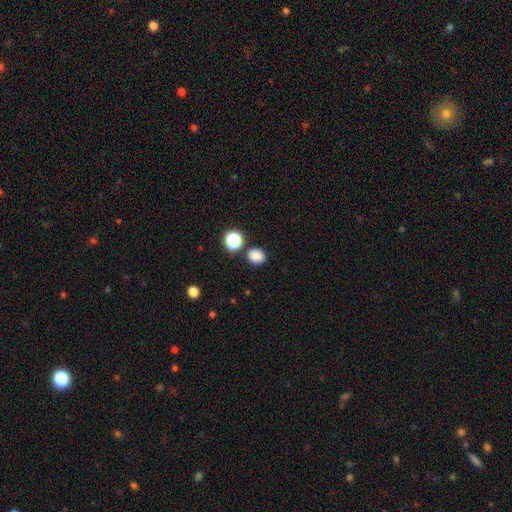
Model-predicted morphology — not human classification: Smooth or featured: smooth — 83% (star or artifact — 13%)
How rounded: round — 60% (in between — 39%)
Merging: none — 83% (minor disturbance — 9%)